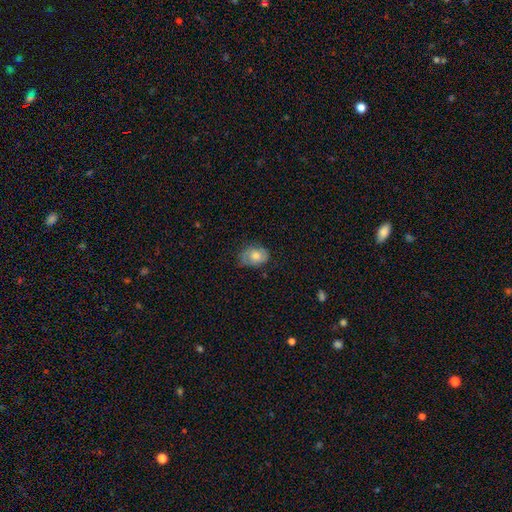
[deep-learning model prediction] Smooth or featured? smooth (62%)
How rounded? in between (68%)
Merging? none (64%)